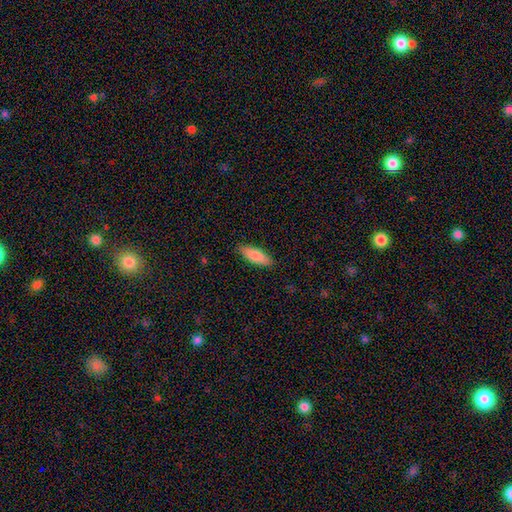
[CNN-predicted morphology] smooth-or-featured: smooth: 83% | featured or disk: 11% | star or artifact: 6%
  how-rounded: in between: 59% | cigar-shaped: 39% | round: 2%
  merging: none: 88% | minor disturbance: 9% | major disturbance: 2% | merger: 1%